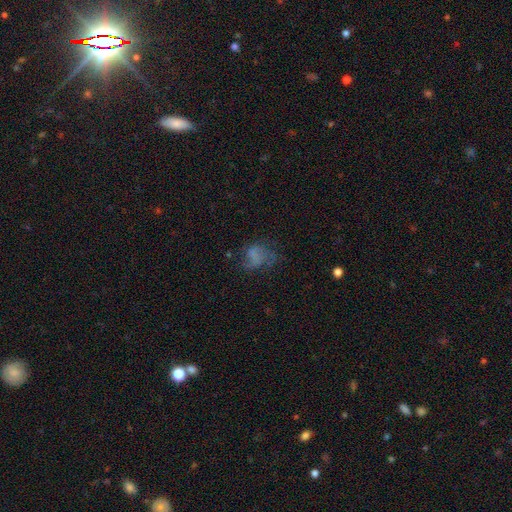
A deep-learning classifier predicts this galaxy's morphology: type=smooth (47%); merging=none (39%).